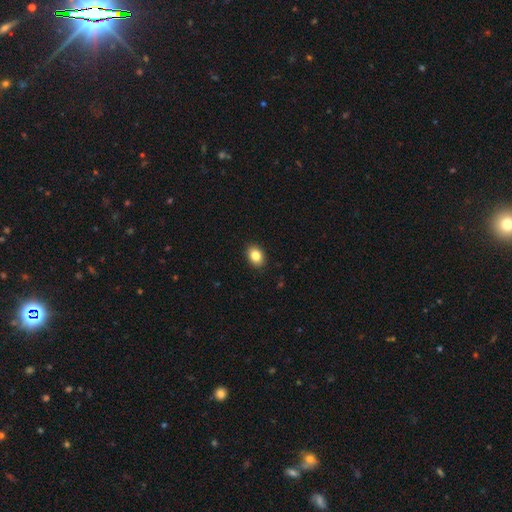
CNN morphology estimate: smooth-or-featured: smooth: 85% | star or artifact: 9% | featured or disk: 6%
  how-rounded: in between: 69% | round: 30% | cigar-shaped: 1%
  merging: none: 91% | minor disturbance: 7% | major disturbance: 2% | merger: 1%